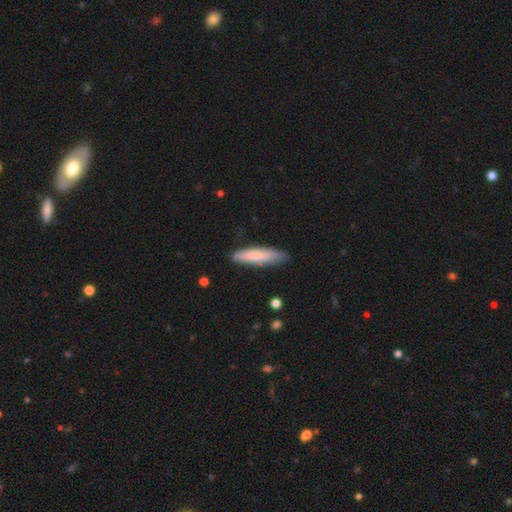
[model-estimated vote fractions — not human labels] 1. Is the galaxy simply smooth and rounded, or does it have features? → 78% smooth, 16% featured or disk, 5% star or artifact.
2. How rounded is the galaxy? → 81% cigar-shaped, 18% in between, 1% round.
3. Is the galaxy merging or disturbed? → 83% none, 13% minor disturbance, 2% major disturbance, 1% merger.